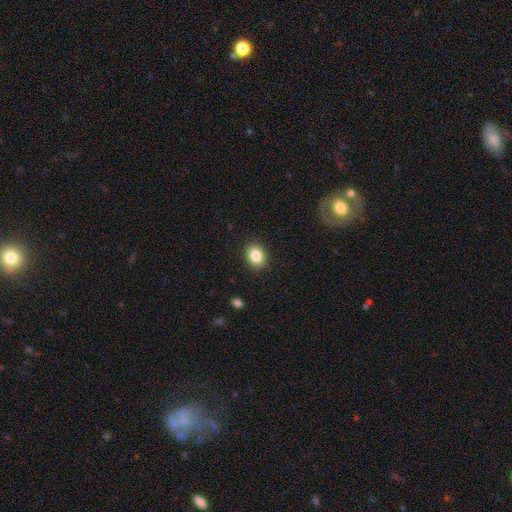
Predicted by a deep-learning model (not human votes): Q: Smooth or featured?
A: smooth (85%); runner-up: star or artifact (9%)
Q: How rounded?
A: in between (55%); runner-up: round (44%)
Q: Merging?
A: none (90%); runner-up: minor disturbance (7%)